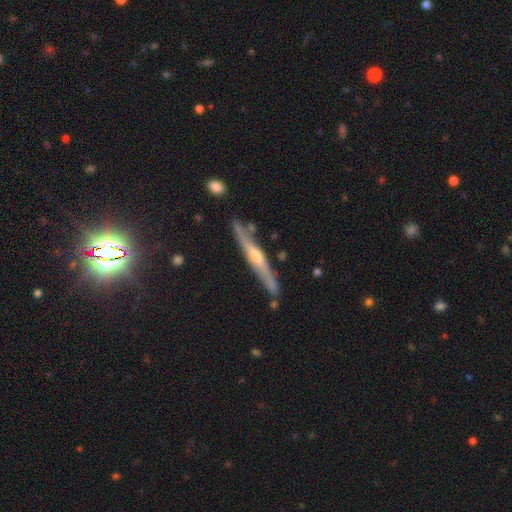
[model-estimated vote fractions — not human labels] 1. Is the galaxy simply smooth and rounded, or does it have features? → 69% featured or disk, 25% smooth, 5% star or artifact.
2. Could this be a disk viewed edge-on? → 95% yes, 5% no.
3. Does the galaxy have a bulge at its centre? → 76% rounded, 15% none, 8% boxy.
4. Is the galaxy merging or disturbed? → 80% none, 13% minor disturbance, 4% merger, 2% major disturbance.